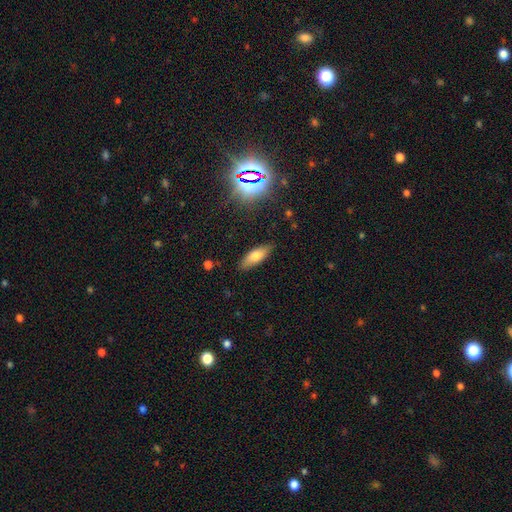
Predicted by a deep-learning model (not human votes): Smooth or featured: smooth — 72% (featured or disk — 18%)
How rounded: in between — 69% (cigar-shaped — 28%)
Merging: none — 86% (minor disturbance — 11%)